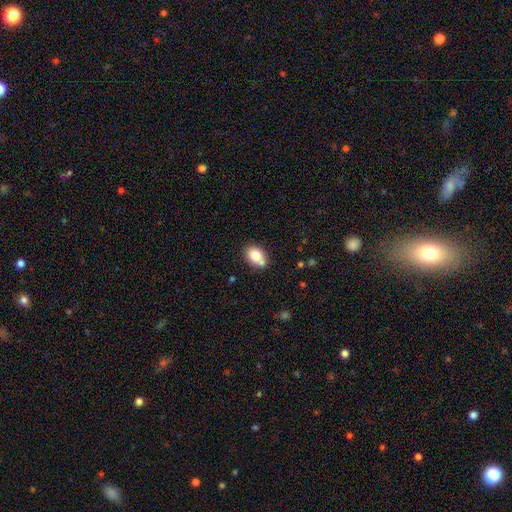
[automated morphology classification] Overall: smooth (78%). How rounded: in between (67%; round 32%). Merging: none (62%).